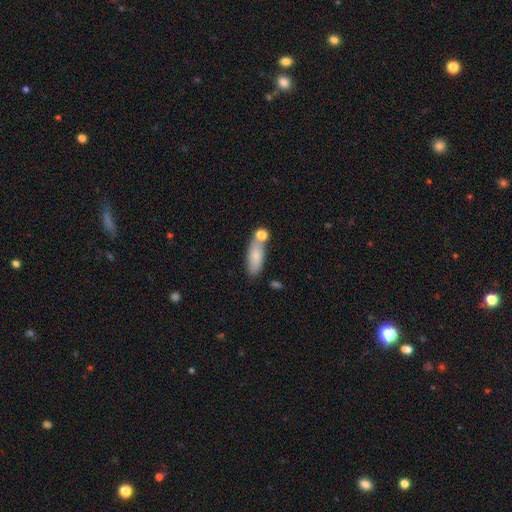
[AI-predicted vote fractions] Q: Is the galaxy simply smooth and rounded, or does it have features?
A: smooth — 79%.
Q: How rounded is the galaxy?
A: in between — 67%.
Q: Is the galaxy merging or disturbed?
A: none — 60%.